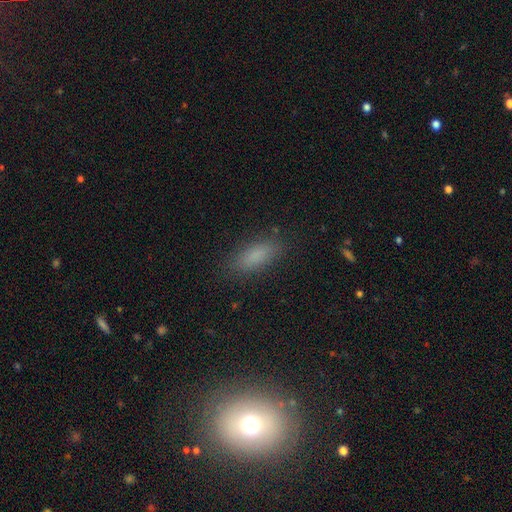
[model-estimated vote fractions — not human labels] Smooth or featured: smooth — 82% (star or artifact — 12%)
How rounded: in between — 74% (cigar-shaped — 23%)
Merging: none — 85% (minor disturbance — 10%)